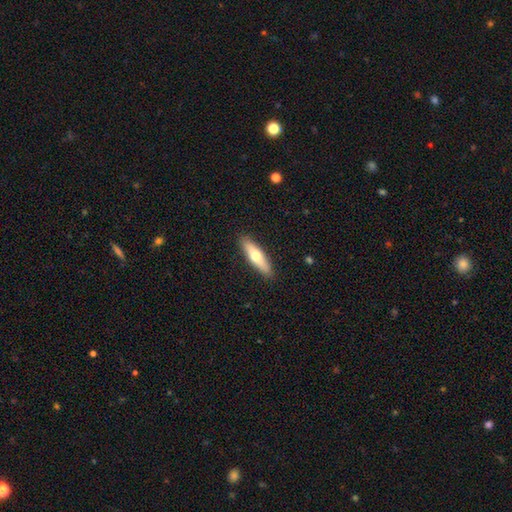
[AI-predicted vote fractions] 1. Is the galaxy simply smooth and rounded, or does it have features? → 61% smooth, 34% featured or disk, 5% star or artifact.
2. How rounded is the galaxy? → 64% cigar-shaped, 34% in between, 2% round.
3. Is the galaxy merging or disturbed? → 90% none, 8% minor disturbance, 2% major disturbance, 1% merger.